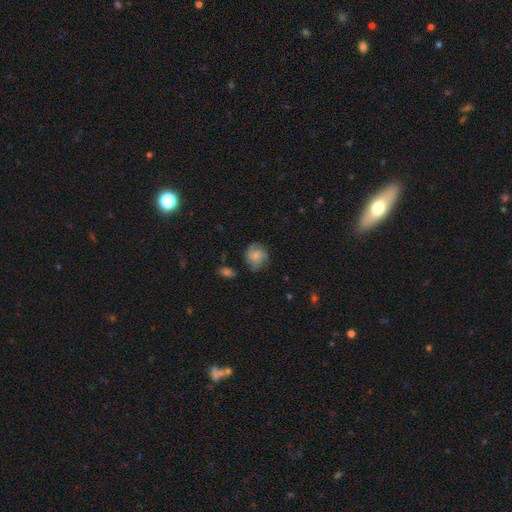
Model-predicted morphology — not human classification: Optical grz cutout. It shows a smooth galaxy with no disk features (47%). Merging: none (66%).